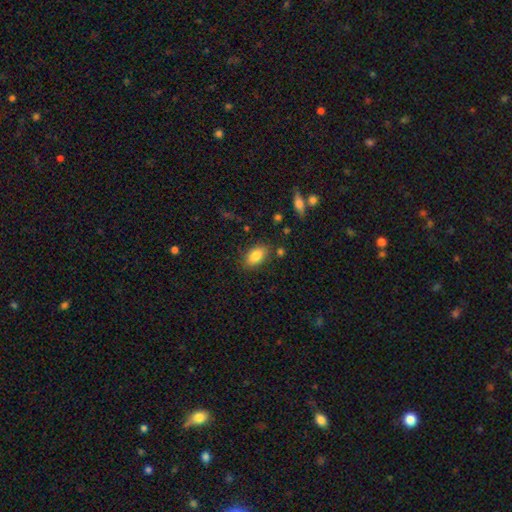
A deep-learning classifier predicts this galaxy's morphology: smooth_or_featured: smooth (p=0.85) [alt: featured or disk p=0.08]
how_rounded: in between (p=0.91) [alt: round p=0.06]
merging: none (p=0.81) [alt: minor disturbance p=0.13]